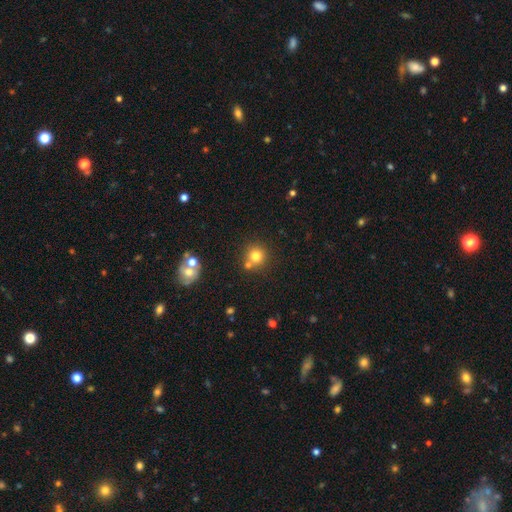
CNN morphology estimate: Overall: smooth (78%). How rounded: round (92%). Merging: none (69%).